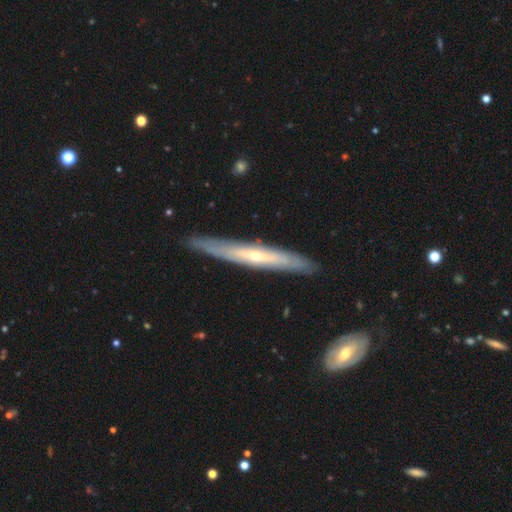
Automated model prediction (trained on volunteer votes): Smooth or featured? Predicted: featured or disk (p=0.69). Edge-on disk? Predicted: yes (p=0.82). Edge-on bulge? Predicted: rounded (p=0.63). Merging? Predicted: none (p=0.86).